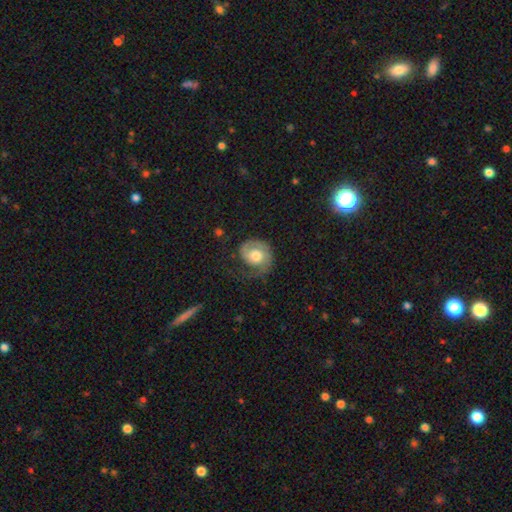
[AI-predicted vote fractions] Smooth or featured?
  - featured or disk: 69% *
  - smooth: 25%
  - star or artifact: 6%
Edge-on disk?
  - no: 98% *
  - yes: 2%
Bar?
  - no: 74% *
  - weak: 23%
  - strong: 4%
Spiral arms?
  - yes: 92% *
  - no: 8%
Spiral winding?
  - tight: 46% *
  - medium: 34%
  - loose: 19%
Spiral arm count?
  - 1: 66% *
  - 2: 24%
  - can't tell: 6%
  - 3: 2%
  - 4: 1%
  - more than 4: 1%
Bulge size?
  - moderate: 63% *
  - large: 20%
  - small: 12%
  - dominant: 2%
  - none: 2%
Merging?
  - none: 50% *
  - major disturbance: 27%
  - minor disturbance: 21%
  - merger: 2%